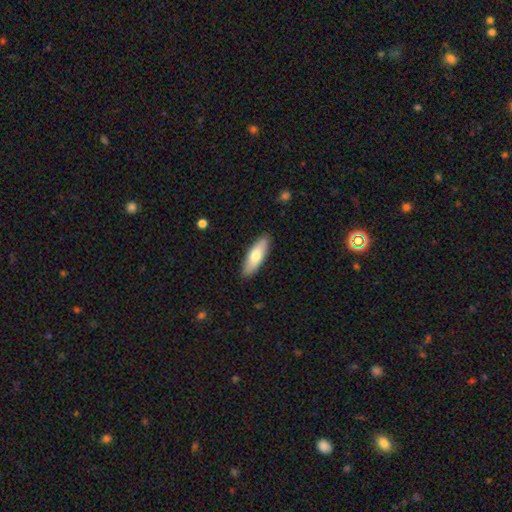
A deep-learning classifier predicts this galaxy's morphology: Smooth or featured? Predicted: smooth (p=0.71). How rounded? Predicted: in between (p=0.56). Merging? Predicted: none (p=0.89).